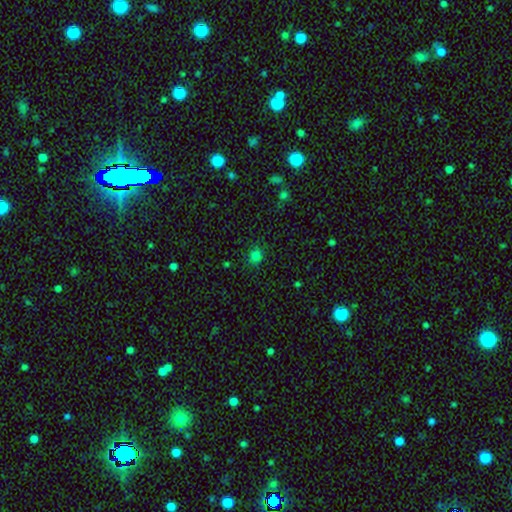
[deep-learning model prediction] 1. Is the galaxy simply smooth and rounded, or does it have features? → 80% smooth, 17% star or artifact, 4% featured or disk.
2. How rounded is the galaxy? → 83% round, 16% in between, 1% cigar-shaped.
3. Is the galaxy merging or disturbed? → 87% none, 9% minor disturbance, 3% major disturbance, 1% merger.